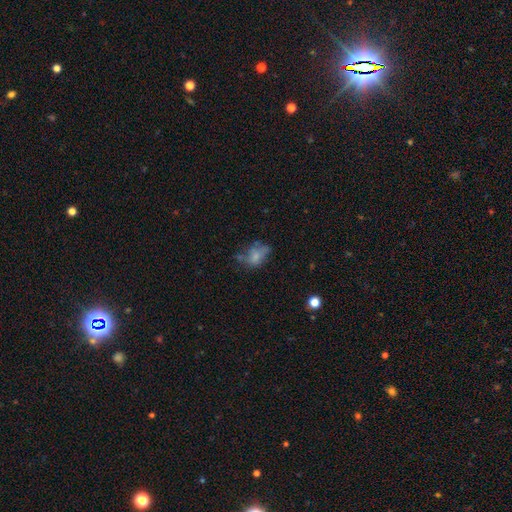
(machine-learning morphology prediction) type=smooth (62%); roundness=in between (78%); merging=none (36%).